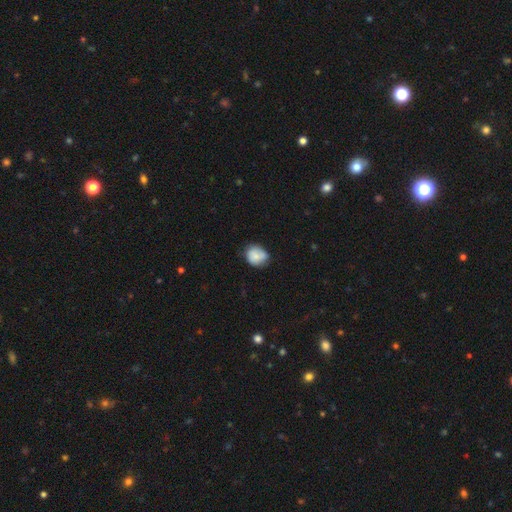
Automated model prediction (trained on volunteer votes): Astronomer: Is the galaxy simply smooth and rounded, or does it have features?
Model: smooth — 76%.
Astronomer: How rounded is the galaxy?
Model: round — 69%.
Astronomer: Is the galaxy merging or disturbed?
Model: none — 57%.